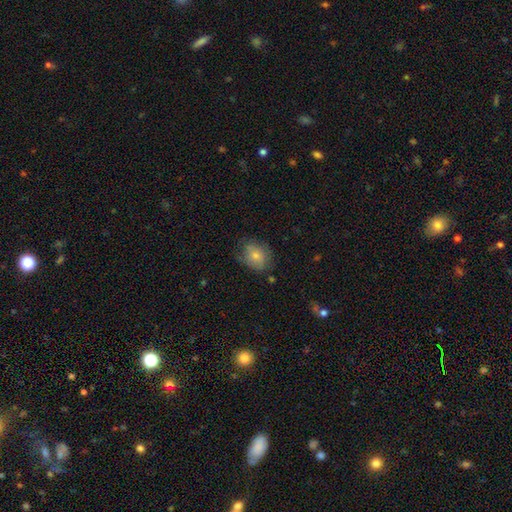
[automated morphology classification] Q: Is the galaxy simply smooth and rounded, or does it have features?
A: smooth — 78%.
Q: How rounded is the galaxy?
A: in between — 55%.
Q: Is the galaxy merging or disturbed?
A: none — 65%.